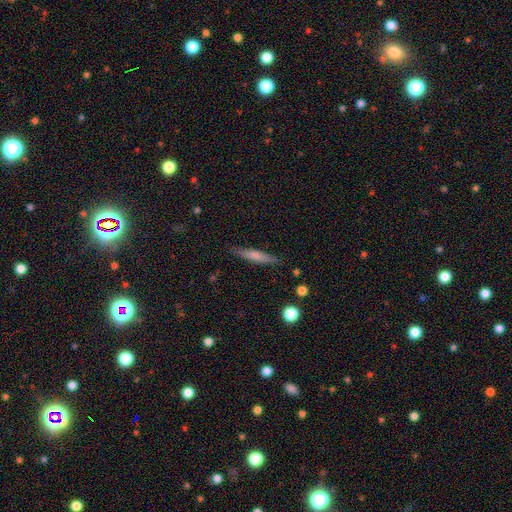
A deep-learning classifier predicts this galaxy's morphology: Smooth or featured? smooth (61%)
How rounded? cigar-shaped (91%)
Merging? none (87%)